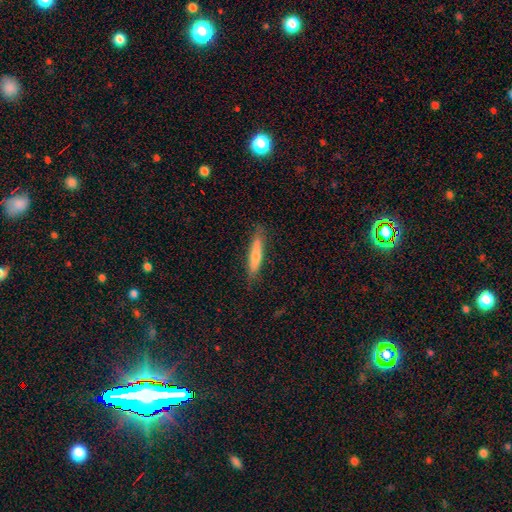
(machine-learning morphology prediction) Smooth or featured? smooth (53%)
How rounded? cigar-shaped (89%)
Merging? none (86%)